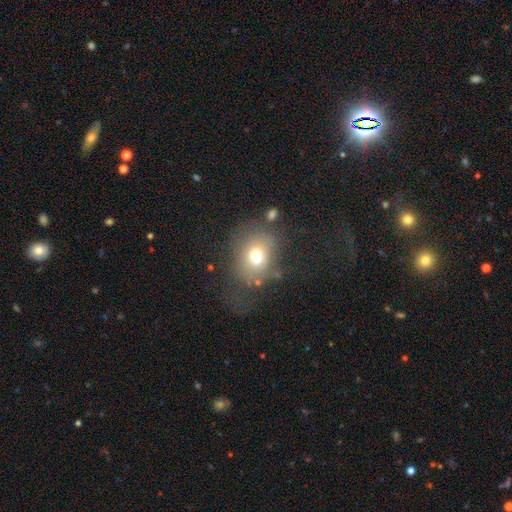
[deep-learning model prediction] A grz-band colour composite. It shows a smooth galaxy with no disk features (65%) that is round (53%). Merging: none (43%).